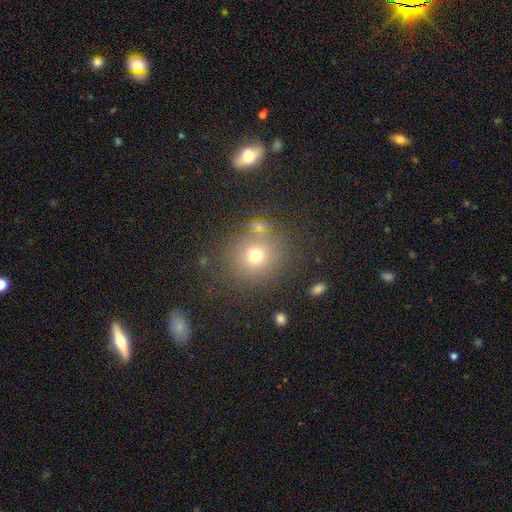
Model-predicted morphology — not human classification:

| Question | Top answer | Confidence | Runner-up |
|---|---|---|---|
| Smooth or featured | smooth | 70% | star or artifact (19%) |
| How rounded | round | 89% | in between (10%) |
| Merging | none | 81% | minor disturbance (9%) |